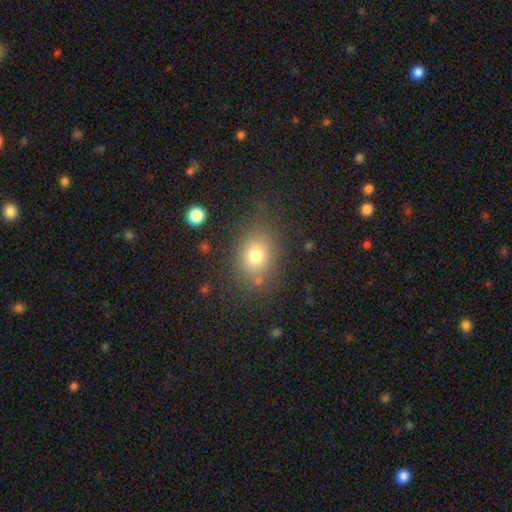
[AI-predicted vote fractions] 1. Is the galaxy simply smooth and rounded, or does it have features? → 75% smooth, 13% star or artifact, 12% featured or disk.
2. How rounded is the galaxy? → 61% in between, 38% round, 1% cigar-shaped.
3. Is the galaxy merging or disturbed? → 76% none, 14% minor disturbance, 7% major disturbance, 3% merger.